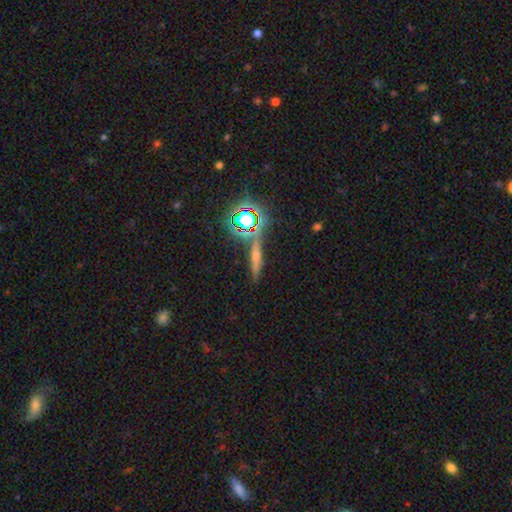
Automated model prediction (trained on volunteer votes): Smooth or featured: featured or disk — 44% (star or artifact — 31%)
Merging: none — 83% (minor disturbance — 9%)